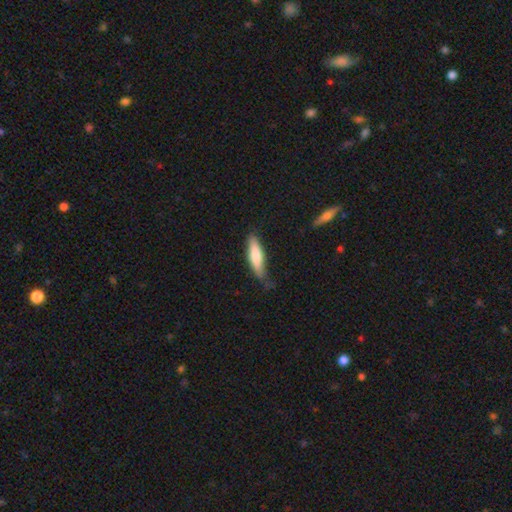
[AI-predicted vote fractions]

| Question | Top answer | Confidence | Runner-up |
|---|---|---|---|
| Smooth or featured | smooth | 76% | featured or disk (19%) |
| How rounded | cigar-shaped | 66% | in between (32%) |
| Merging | none | 59% | minor disturbance (32%) |